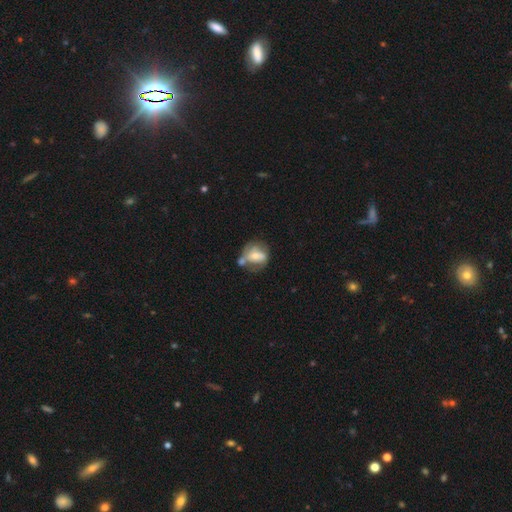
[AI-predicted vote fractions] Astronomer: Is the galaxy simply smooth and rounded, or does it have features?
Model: smooth — 47% (runner-up: featured or disk, 45%).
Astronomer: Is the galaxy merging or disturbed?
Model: none — 33% (runner-up: merger, 32%).